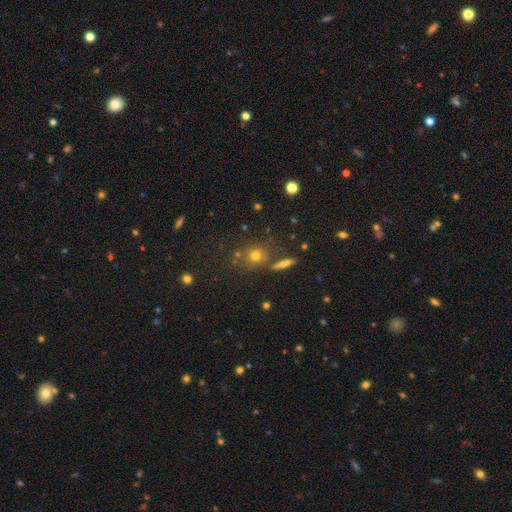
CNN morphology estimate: A smooth galaxy with no disk features (66%) that is round (82%).

Vote fractions:
- Smooth or featured? smooth: 66% / star or artifact: 20% / featured or disk: 14%
- How rounded? round: 82% / in between: 16% / cigar-shaped: 3%
- Merging? none: 73% / merger: 12% / minor disturbance: 11% / major disturbance: 4%